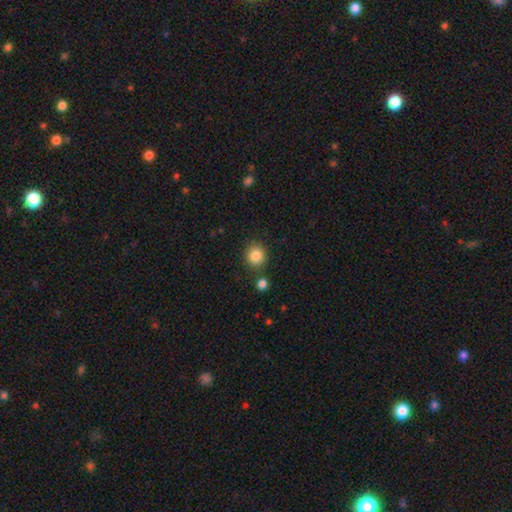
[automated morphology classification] The model was most divided on "how rounded": round: 85%, in between: 14%, cigar-shaped: 1%. More confident: smooth or featured — smooth (86%); merging — none (82%).